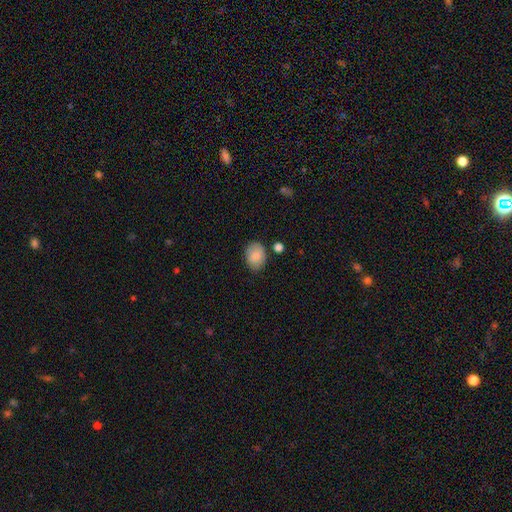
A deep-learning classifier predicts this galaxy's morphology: This is clearly a smooth galaxy (86%). How rounded: likely in between (73%). Merging: likely none (78%).